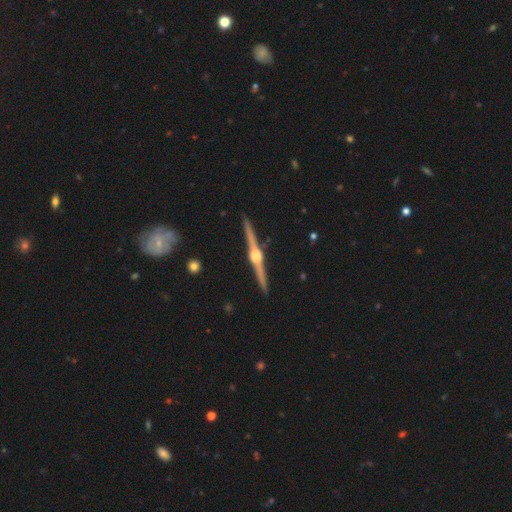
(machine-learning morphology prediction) This appears to be a featured or disk galaxy (89%) viewed edge-on (99%) with a rounded central bulge (92%). Merging: none (92%).